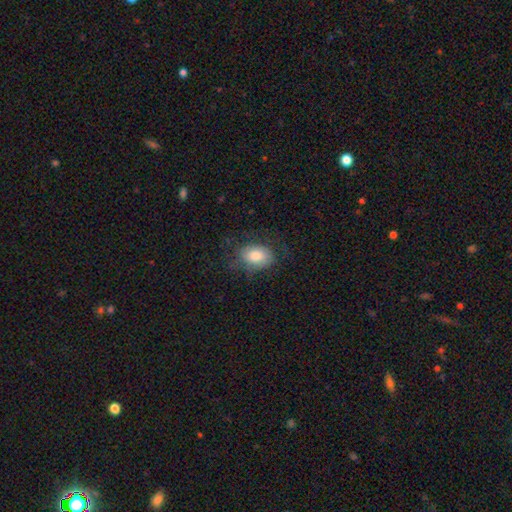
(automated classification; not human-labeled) A smooth galaxy with no disk features (76%) that is in between round and cigar-shaped (79%).

Vote fractions:
- Smooth or featured? smooth: 76% / featured or disk: 16% / star or artifact: 8%
- How rounded? in between: 79% / round: 19% / cigar-shaped: 1%
- Merging? none: 65% / minor disturbance: 21% / major disturbance: 13% / merger: 1%